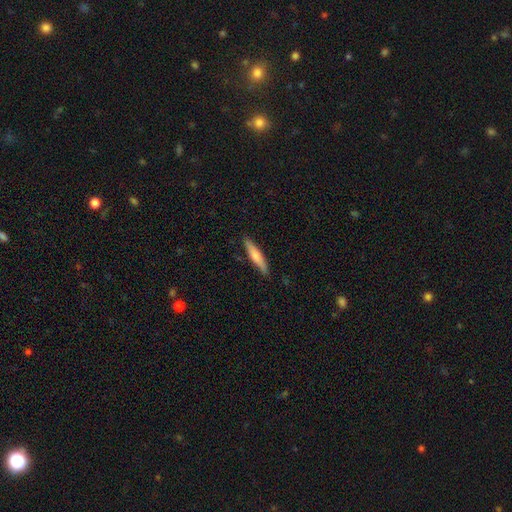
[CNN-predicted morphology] Q: Smooth or featured?
A: smooth (63%); runner-up: featured or disk (31%)
Q: How rounded?
A: cigar-shaped (88%); runner-up: in between (11%)
Q: Merging?
A: none (88%); runner-up: minor disturbance (9%)